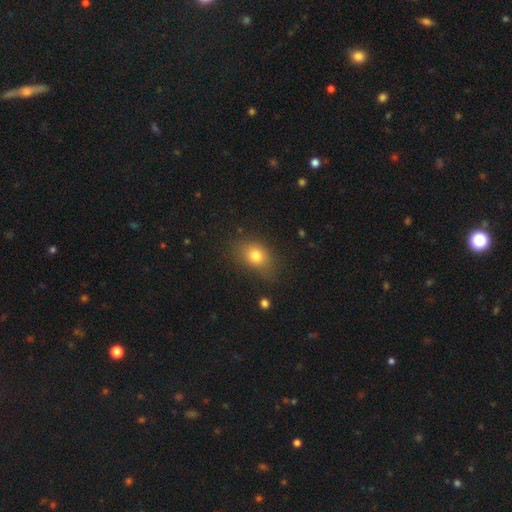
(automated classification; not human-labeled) A smooth galaxy with no disk features (78%) that is in between round and cigar-shaped (63%).

Vote fractions:
- Smooth or featured? smooth: 78% / star or artifact: 12% / featured or disk: 11%
- How rounded? in between: 63% / round: 35% / cigar-shaped: 2%
- Merging? none: 71% / minor disturbance: 20% / major disturbance: 6% / merger: 2%